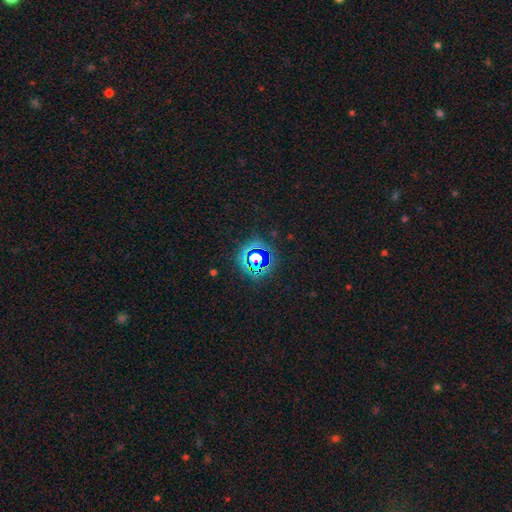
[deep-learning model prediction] Overall: star or artifact (70%).